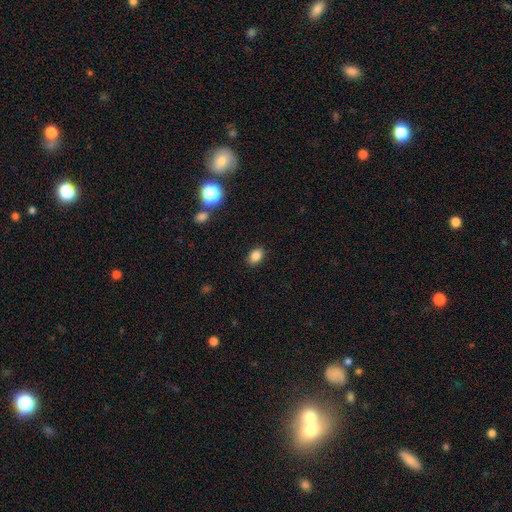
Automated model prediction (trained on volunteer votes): This appears to be a smooth galaxy with no disk features (84%) that is in between round and cigar-shaped (76%). Merging: none (88%).